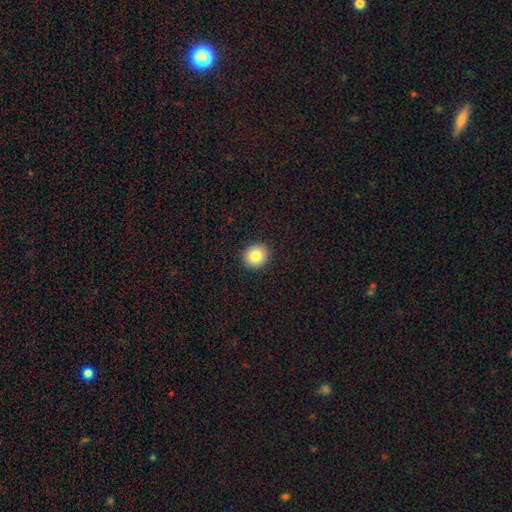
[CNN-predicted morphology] This appears to be a smooth galaxy with no disk features (83%) that is round (88%). Merging: none (92%).